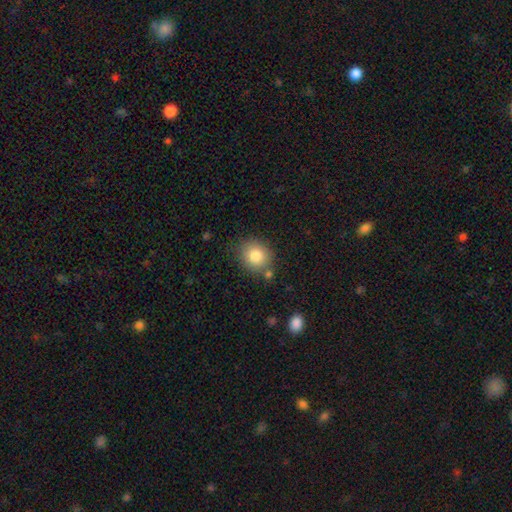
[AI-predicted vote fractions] This is clearly a smooth galaxy (83%). How rounded: likely round (75%). Merging: likely none (76%).